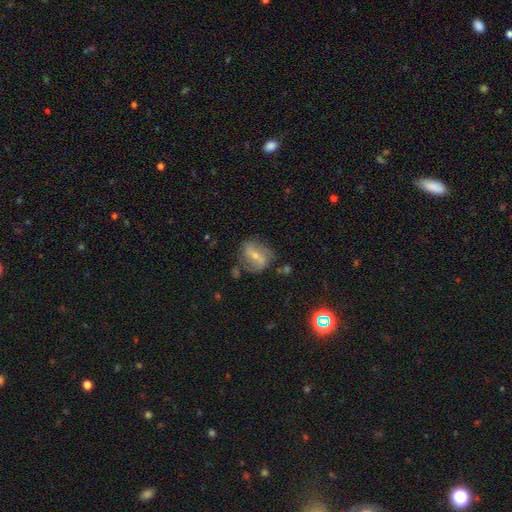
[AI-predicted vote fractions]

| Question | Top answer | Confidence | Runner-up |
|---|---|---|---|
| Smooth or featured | featured or disk | 58% | smooth (34%) |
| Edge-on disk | no | 93% | yes (7%) |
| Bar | strong | 42% | weak (37%) |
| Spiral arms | yes | 71% | no (29%) |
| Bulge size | small | 57% | moderate (35%) |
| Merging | none | 60% | minor disturbance (23%) |